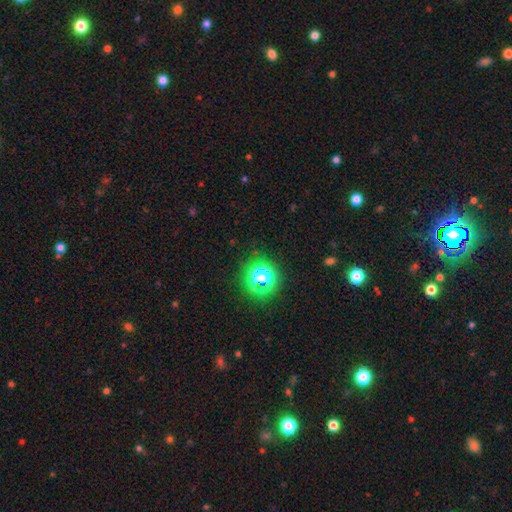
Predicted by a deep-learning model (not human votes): A star or artifact, not a galaxy (69%).

Vote fractions:
- Smooth or featured? star or artifact: 69% / smooth: 25% / featured or disk: 6%